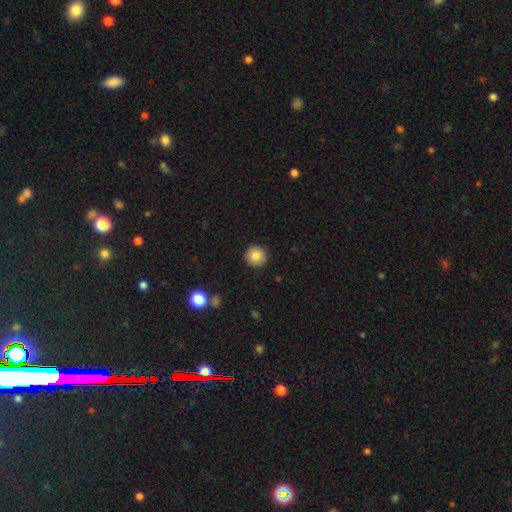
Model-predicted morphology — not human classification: A smooth galaxy with no disk features (86%) that is round (95%).

Vote fractions:
- Smooth or featured? smooth: 86% / star or artifact: 8% / featured or disk: 5%
- How rounded? round: 95% / in between: 4% / cigar-shaped: 1%
- Merging? none: 92% / minor disturbance: 5% / major disturbance: 2% / merger: 1%